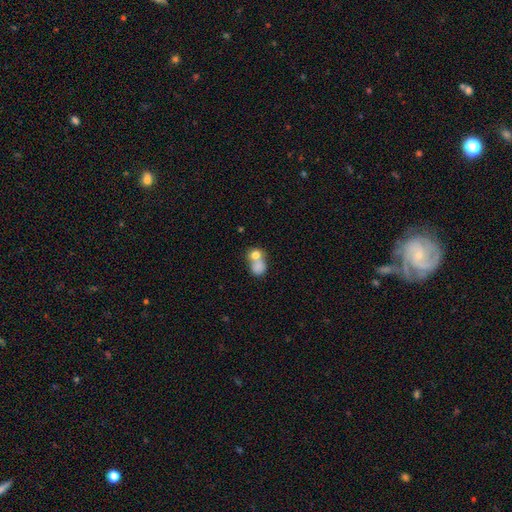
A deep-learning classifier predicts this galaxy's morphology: Q: Smooth or featured?
A: smooth (78%); runner-up: featured or disk (14%)
Q: How rounded?
A: round (67%); runner-up: in between (32%)
Q: Merging?
A: merger (64%); runner-up: none (25%)